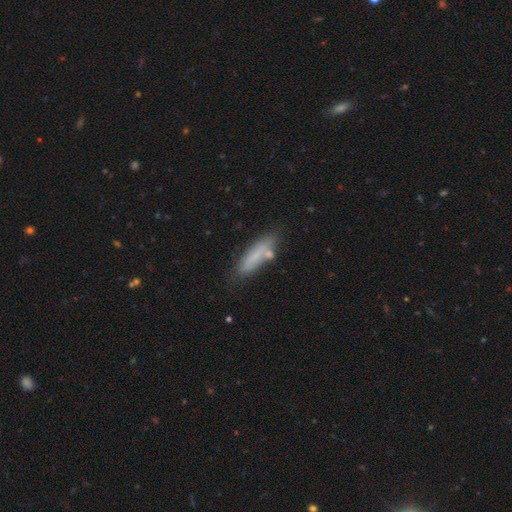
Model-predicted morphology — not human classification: Q: Smooth or featured?
A: smooth (71%); runner-up: featured or disk (21%)
Q: How rounded?
A: cigar-shaped (65%); runner-up: in between (33%)
Q: Merging?
A: none (66%); runner-up: minor disturbance (20%)